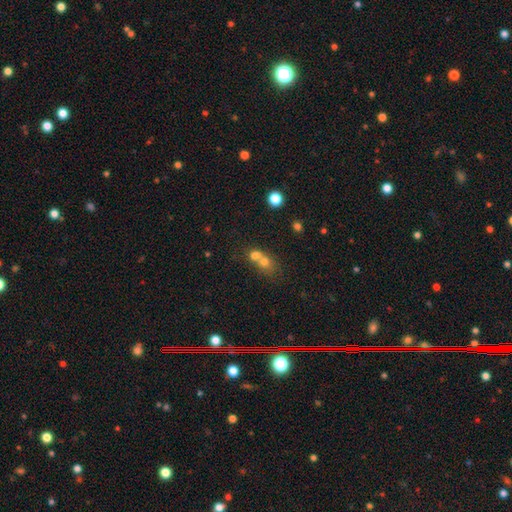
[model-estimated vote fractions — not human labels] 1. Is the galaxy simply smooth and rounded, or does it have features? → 68% smooth, 19% featured or disk, 14% star or artifact.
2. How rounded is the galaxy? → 66% round, 32% in between, 2% cigar-shaped.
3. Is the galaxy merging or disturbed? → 67% merger, 24% none, 6% minor disturbance, 3% major disturbance.